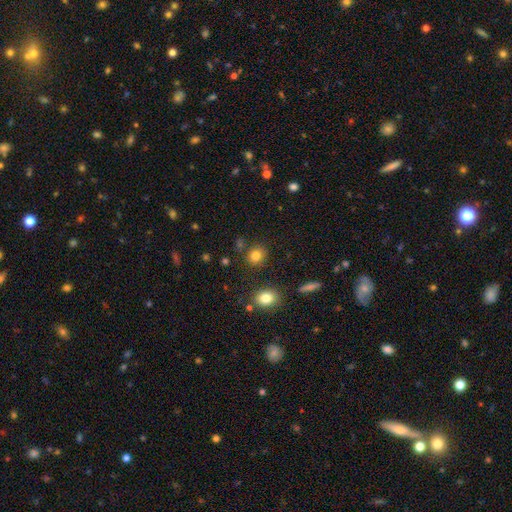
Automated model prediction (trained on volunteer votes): smooth-or-featured: smooth: 81% | star or artifact: 12% | featured or disk: 7%
  how-rounded: round: 77% | in between: 22% | cigar-shaped: 1%
  merging: none: 83% | minor disturbance: 9% | merger: 5% | major disturbance: 3%